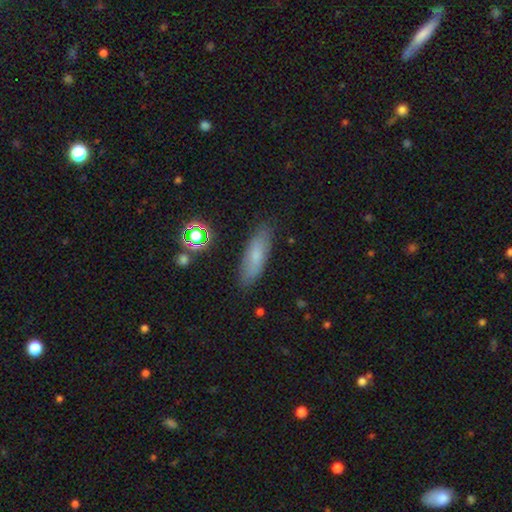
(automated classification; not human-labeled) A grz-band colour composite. It shows a smooth galaxy with no disk features (72%) that is in between round and cigar-shaped (50%). Merging: none (84%).